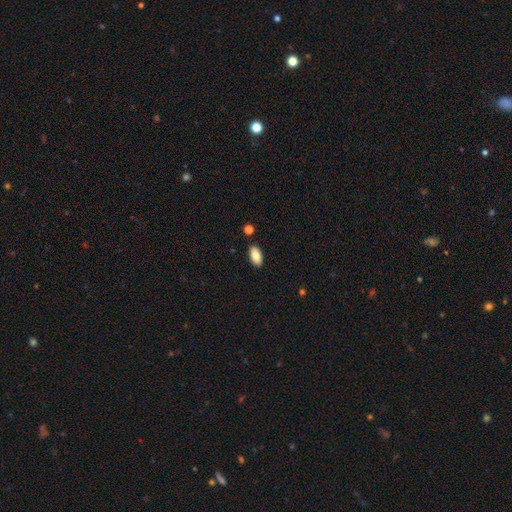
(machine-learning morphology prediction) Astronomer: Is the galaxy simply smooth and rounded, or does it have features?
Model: smooth — 85%.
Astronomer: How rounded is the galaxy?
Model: in between — 92%.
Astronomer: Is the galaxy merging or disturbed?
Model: none — 87%.